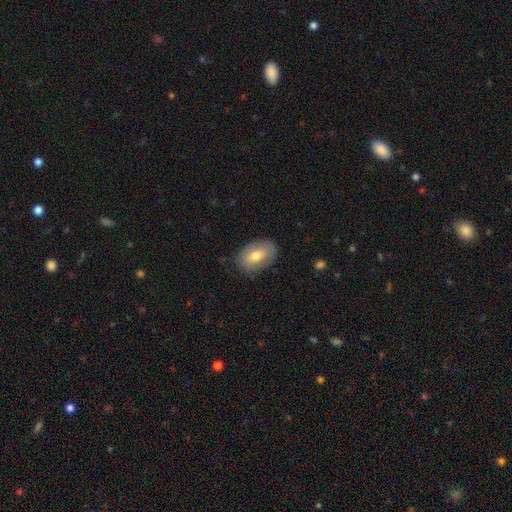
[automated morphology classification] Q: Smooth or featured?
A: smooth (69%); runner-up: featured or disk (24%)
Q: How rounded?
A: in between (87%); runner-up: round (11%)
Q: Merging?
A: none (83%); runner-up: minor disturbance (13%)